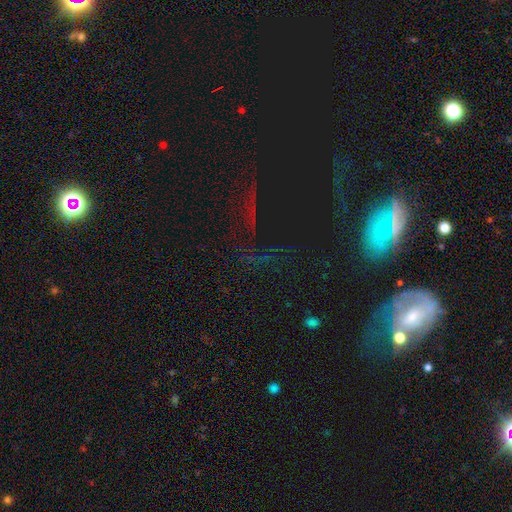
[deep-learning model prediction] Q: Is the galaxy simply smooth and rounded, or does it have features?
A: star or artifact — 48%.